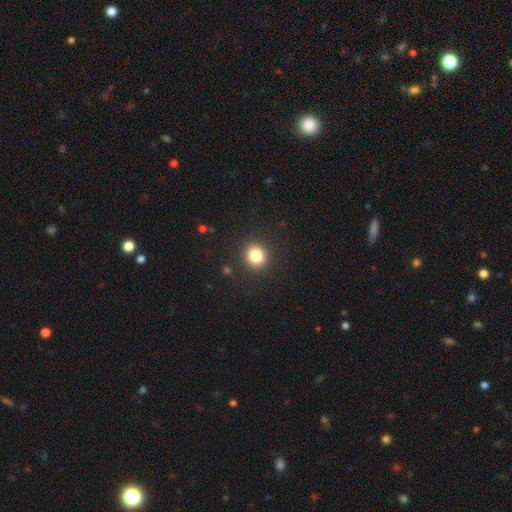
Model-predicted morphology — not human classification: smooth_or_featured: smooth (p=0.82) [alt: star or artifact p=0.12]
how_rounded: round (p=0.89) [alt: in between p=0.10]
merging: none (p=0.91) [alt: minor disturbance p=0.06]